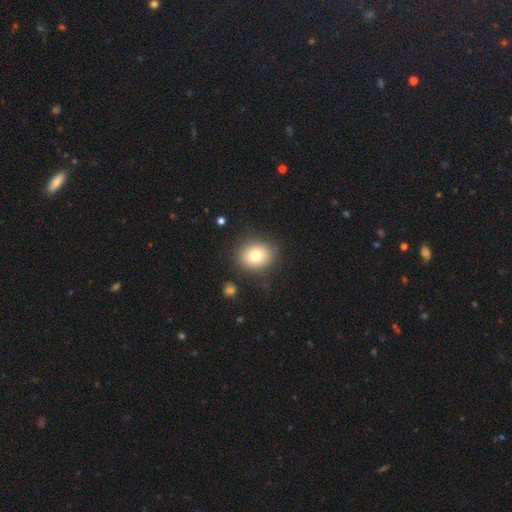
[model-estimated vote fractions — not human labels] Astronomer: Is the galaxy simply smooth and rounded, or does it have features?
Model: smooth — 77%.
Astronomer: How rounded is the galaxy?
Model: round — 69%.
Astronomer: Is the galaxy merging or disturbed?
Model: none — 85%.